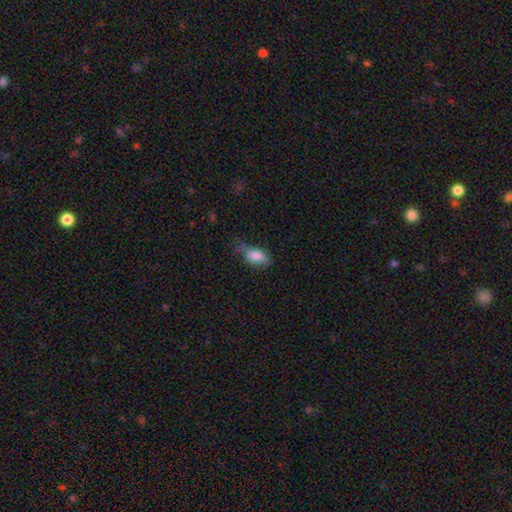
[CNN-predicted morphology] Q: Smooth or featured?
A: smooth (81%); runner-up: featured or disk (12%)
Q: How rounded?
A: in between (90%); runner-up: round (6%)
Q: Merging?
A: none (40%); runner-up: minor disturbance (38%)